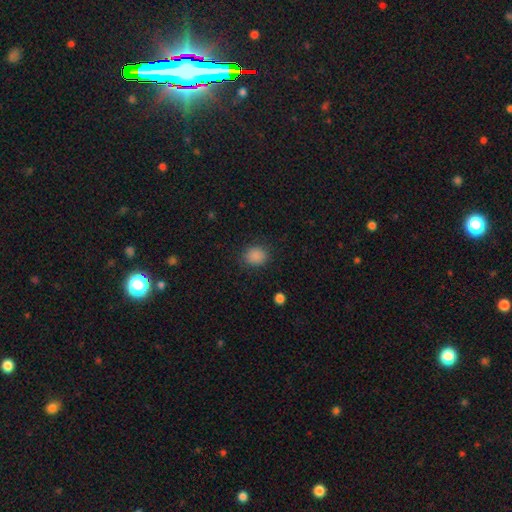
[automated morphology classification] This is clearly a smooth galaxy (86%). How rounded: likely round (63%). Merging: clearly none (85%).